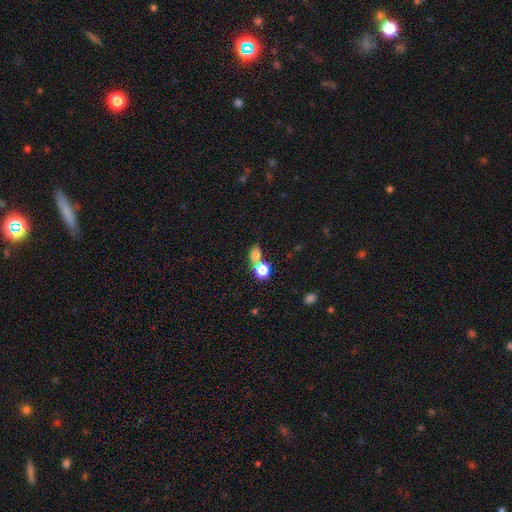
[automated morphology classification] A smooth galaxy with no disk features (74%) that is round (58%). Merging: merger (44%).